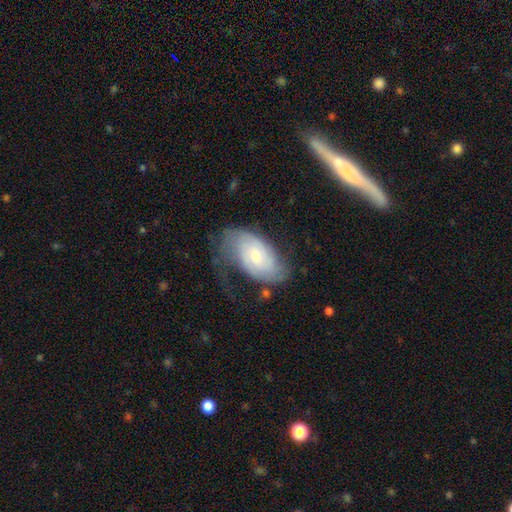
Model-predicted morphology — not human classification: Q: Smooth or featured?
A: featured or disk (66%); runner-up: smooth (27%)
Q: Edge-on disk?
A: no (94%); runner-up: yes (6%)
Q: Bar?
A: no (64%); runner-up: weak (31%)
Q: Spiral arms?
A: yes (86%); runner-up: no (14%)
Q: Spiral winding?
A: tight (47%); runner-up: medium (34%)
Q: Spiral arm count?
A: can't tell (41%); runner-up: 2 (39%)
Q: Bulge size?
A: small (56%); runner-up: moderate (39%)
Q: Merging?
A: none (48%); runner-up: minor disturbance (28%)